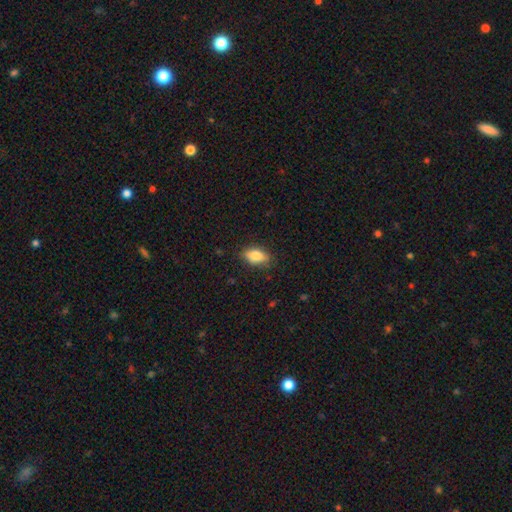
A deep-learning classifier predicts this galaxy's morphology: smooth 78%, featured or disk 14%, star or artifact 8%. Down the decision tree: how rounded — in between (85%); merging — none (80%).